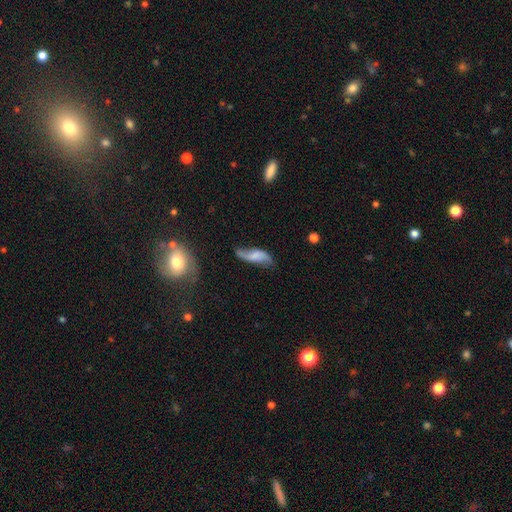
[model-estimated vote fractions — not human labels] Smooth or featured? featured or disk (57%)
Edge-on disk? no (87%)
Merging? none (59%)